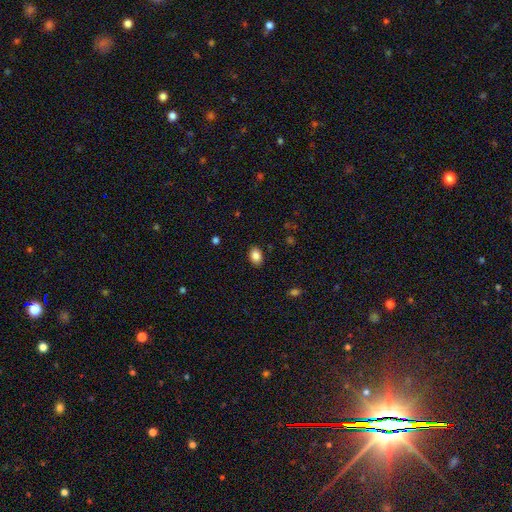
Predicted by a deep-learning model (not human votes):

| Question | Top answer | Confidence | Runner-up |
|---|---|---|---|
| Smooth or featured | smooth | 87% | star or artifact (9%) |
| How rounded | in between | 78% | round (21%) |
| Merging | none | 88% | minor disturbance (9%) |